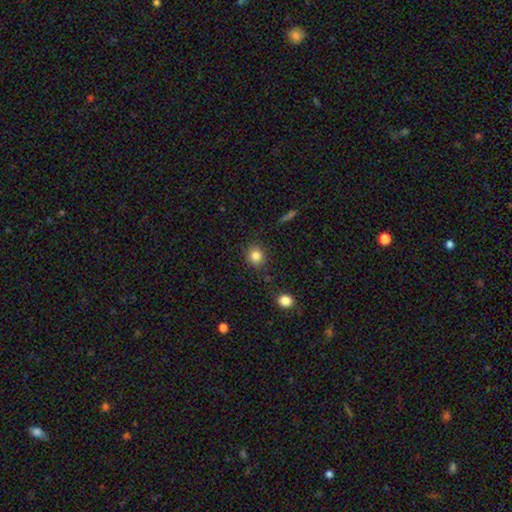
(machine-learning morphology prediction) Q: Smooth or featured?
A: smooth (83%); runner-up: star or artifact (11%)
Q: How rounded?
A: round (80%); runner-up: in between (19%)
Q: Merging?
A: none (86%); runner-up: minor disturbance (9%)